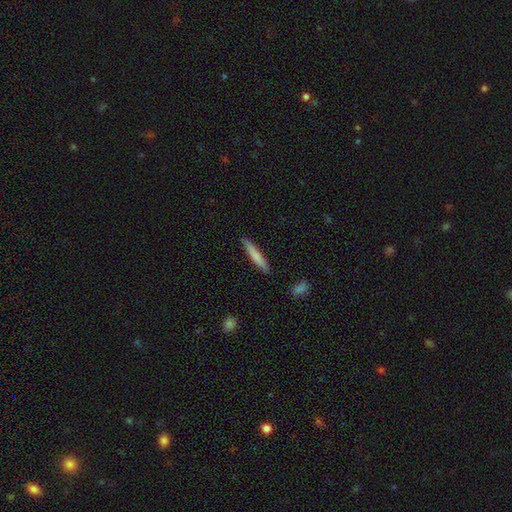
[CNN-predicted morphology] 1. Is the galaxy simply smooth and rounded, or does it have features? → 76% smooth, 18% featured or disk, 5% star or artifact.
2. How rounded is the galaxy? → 93% cigar-shaped, 6% in between, 1% round.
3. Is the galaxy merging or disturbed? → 88% none, 9% minor disturbance, 2% major disturbance, 2% merger.